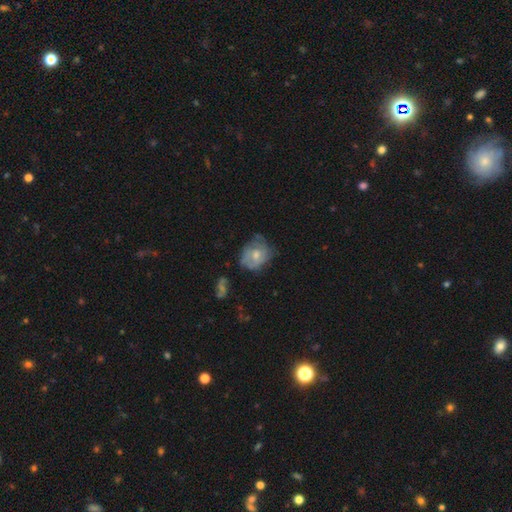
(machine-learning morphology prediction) This appears to be a featured or disk galaxy (48%). Merging: none (48%).